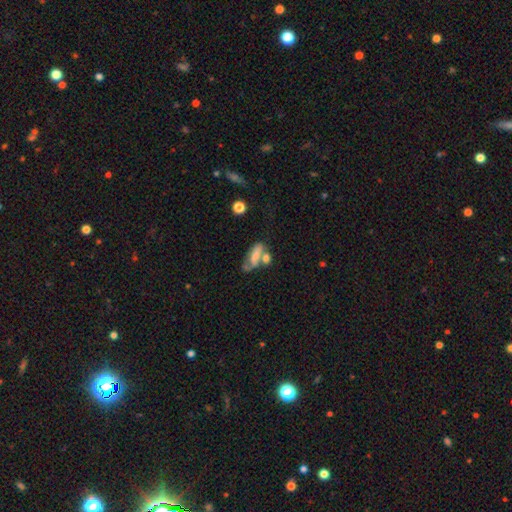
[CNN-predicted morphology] The model was most divided on "merging": merger: 37%, none: 29%, minor disturbance: 18%, major disturbance: 16%. More confident: how rounded — in between (74%); smooth or featured — smooth (56%).